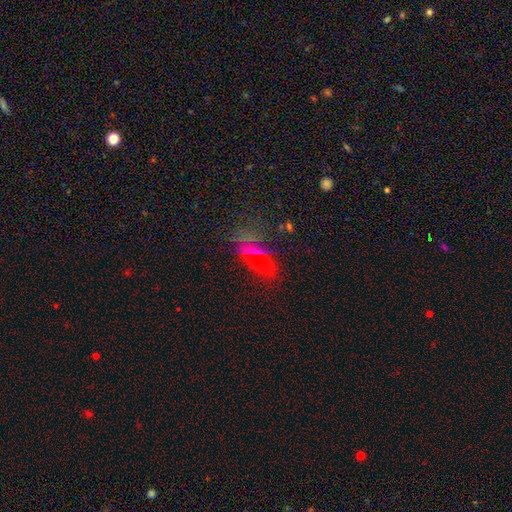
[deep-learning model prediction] This is possibly a smooth galaxy (51%). How rounded: likely in between (64%). Merging: likely none (72%).